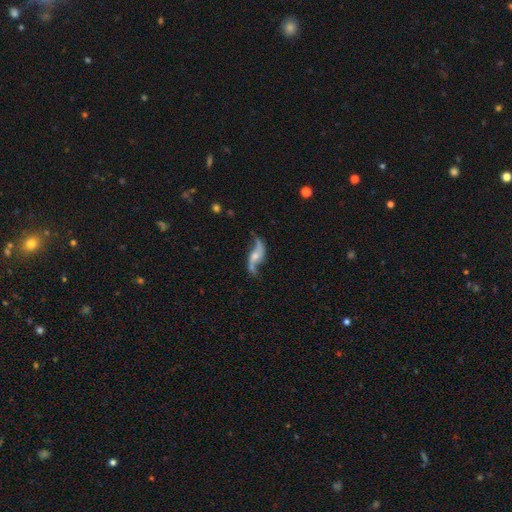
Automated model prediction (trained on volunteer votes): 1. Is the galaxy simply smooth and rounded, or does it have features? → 83% featured or disk, 11% smooth, 6% star or artifact.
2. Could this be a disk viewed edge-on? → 91% no, 9% yes.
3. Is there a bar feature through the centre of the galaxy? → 54% no, 32% weak, 14% strong.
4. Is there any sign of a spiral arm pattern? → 93% yes, 7% no.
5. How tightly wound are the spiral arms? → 93% loose, 5% medium, 2% tight.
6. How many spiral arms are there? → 93% 2, 3% 1, 2% can't tell, 1% 3, 1% 4, 1% more than 4.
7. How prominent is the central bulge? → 44% small, 40% moderate, 10% none, 5% large, 2% dominant.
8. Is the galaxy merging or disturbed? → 66% none, 18% minor disturbance, 11% major disturbance, 5% merger.